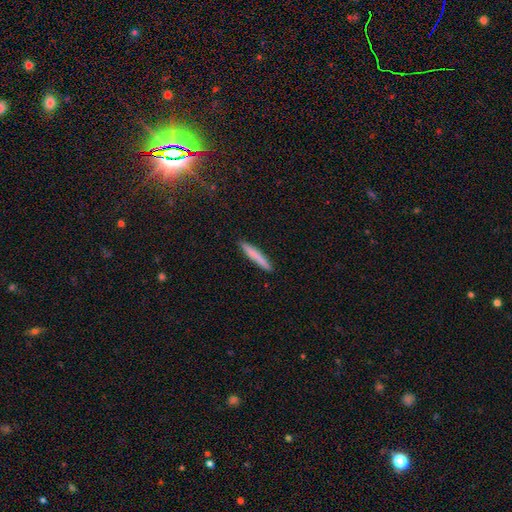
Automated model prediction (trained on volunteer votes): smooth-or-featured: smooth: 78% | featured or disk: 16% | star or artifact: 6%
  how-rounded: cigar-shaped: 95% | in between: 3% | round: 1%
  merging: none: 92% | minor disturbance: 6% | major disturbance: 1% | merger: 1%